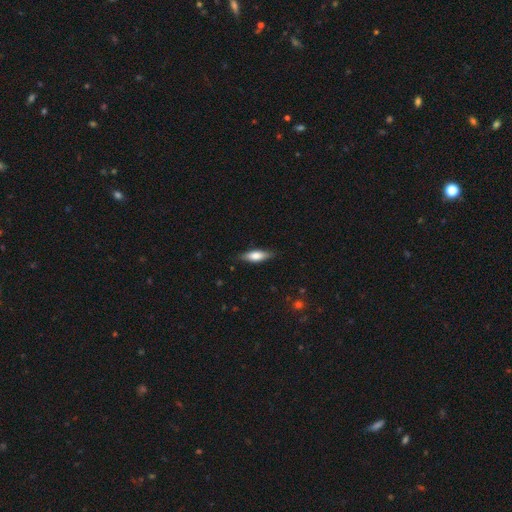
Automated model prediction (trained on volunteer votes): Smooth or featured? smooth (68%)
How rounded? in between (56%)
Merging? none (84%)